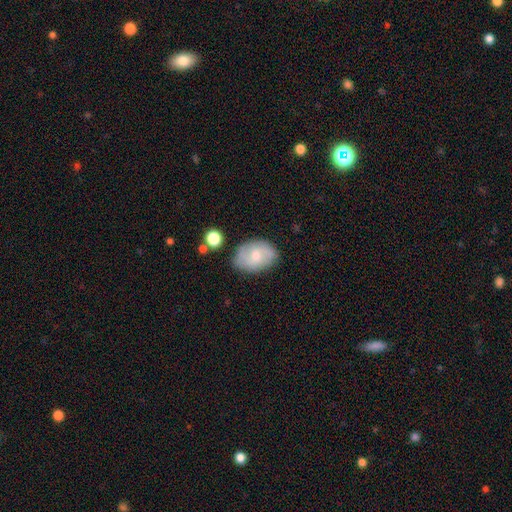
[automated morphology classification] Overall: smooth (52%; featured or disk 40%). How rounded: in between (74%). Merging: none (72%).